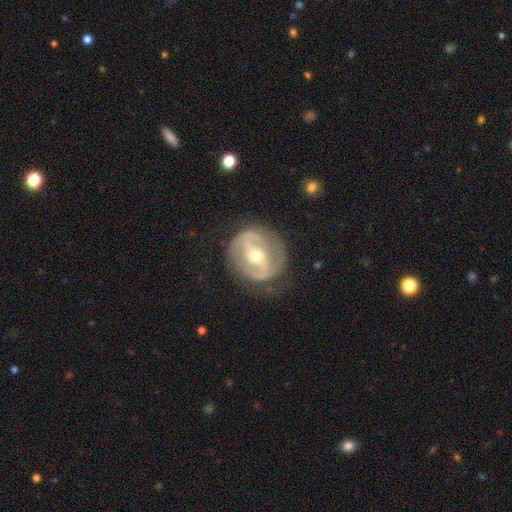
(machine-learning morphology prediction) Smooth or featured?
  - featured or disk: 76% *
  - smooth: 18%
  - star or artifact: 5%
Edge-on disk?
  - no: 95% *
  - yes: 5%
Bar?
  - strong: 45% *
  - weak: 32%
  - no: 23%
Spiral arms?
  - yes: 57% *
  - no: 43%
Bulge size?
  - moderate: 62% *
  - small: 32%
  - large: 3%
  - none: 1%
  - dominant: 1%
Merging?
  - none: 71% *
  - minor disturbance: 17%
  - major disturbance: 10%
  - merger: 1%